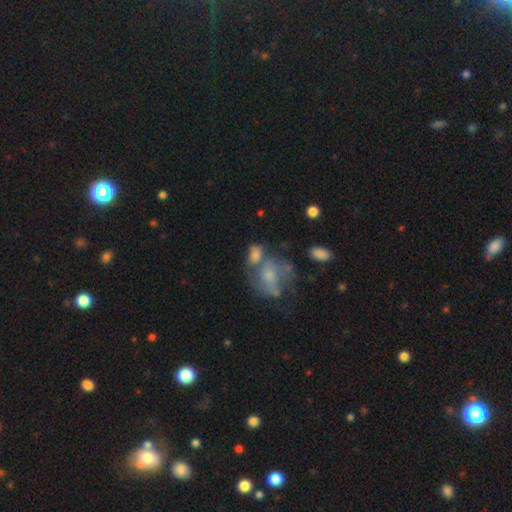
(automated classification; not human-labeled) Q: Smooth or featured?
A: smooth (47%); runner-up: featured or disk (40%)
Q: Merging?
A: merger (35%); runner-up: none (33%)